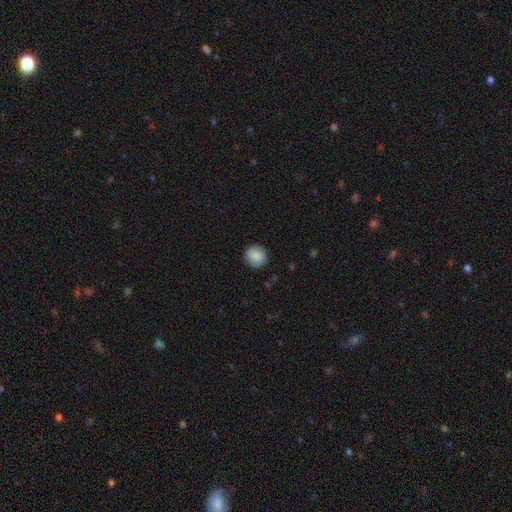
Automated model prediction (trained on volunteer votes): This appears to be a smooth galaxy with no disk features (87%) that is round (91%). Merging: none (88%).